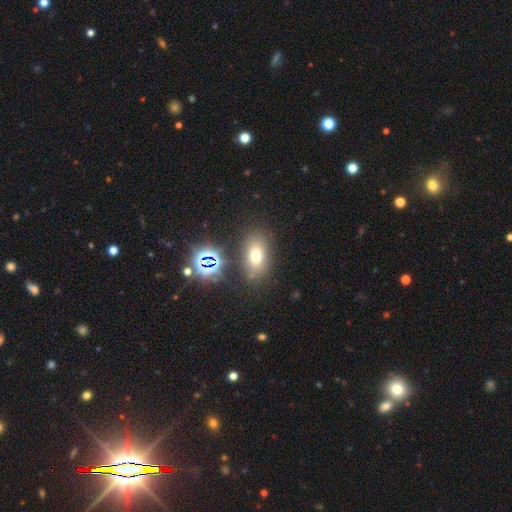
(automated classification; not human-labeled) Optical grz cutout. It shows a smooth galaxy with no disk features (65%) that is in between round and cigar-shaped (80%). Merging: none (78%).